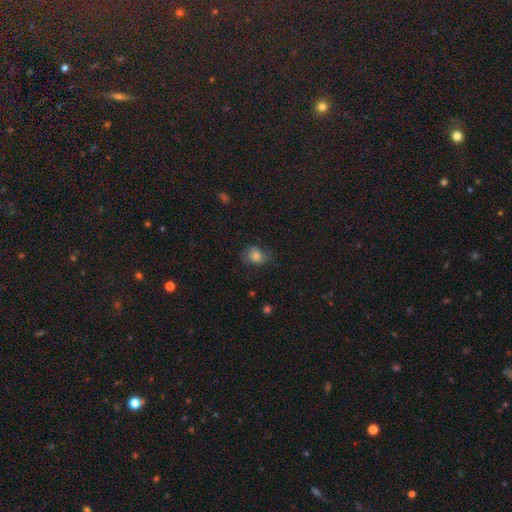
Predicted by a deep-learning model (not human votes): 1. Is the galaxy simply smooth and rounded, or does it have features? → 66% smooth, 18% featured or disk, 16% star or artifact.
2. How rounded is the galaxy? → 54% round, 45% in between, 1% cigar-shaped.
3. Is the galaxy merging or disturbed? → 58% none, 25% minor disturbance, 15% major disturbance, 2% merger.